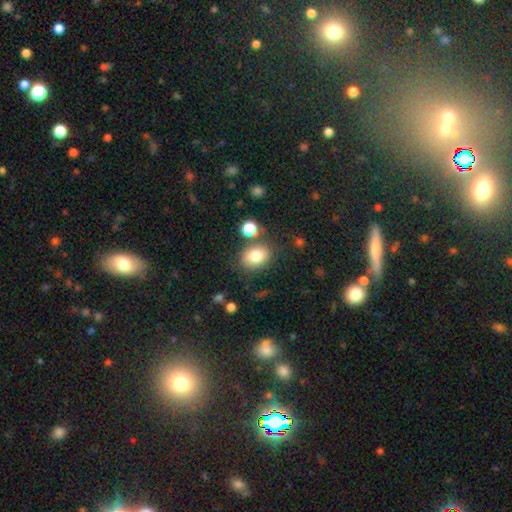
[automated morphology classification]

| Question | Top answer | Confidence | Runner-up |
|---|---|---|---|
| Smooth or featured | smooth | 79% | star or artifact (10%) |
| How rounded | in between | 56% | round (43%) |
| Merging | none | 70% | minor disturbance (14%) |